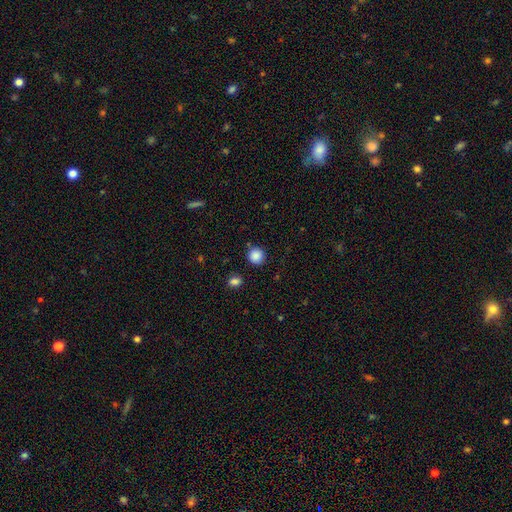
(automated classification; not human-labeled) Q: Smooth or featured?
A: smooth (87%); runner-up: star or artifact (10%)
Q: How rounded?
A: round (92%); runner-up: in between (7%)
Q: Merging?
A: none (87%); runner-up: minor disturbance (8%)